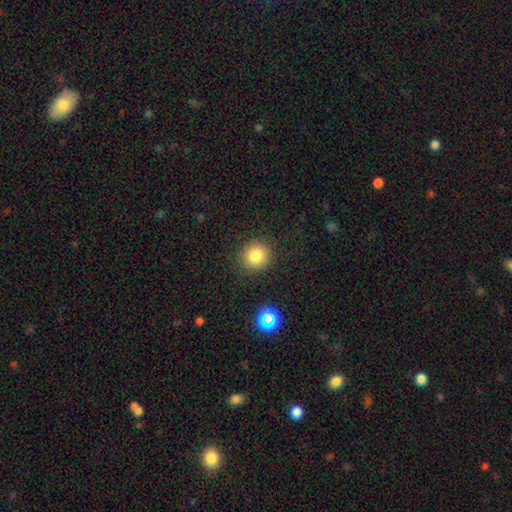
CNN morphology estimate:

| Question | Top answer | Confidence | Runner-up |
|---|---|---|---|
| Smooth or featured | smooth | 81% | star or artifact (12%) |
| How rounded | round | 91% | in between (8%) |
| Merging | none | 89% | minor disturbance (7%) |